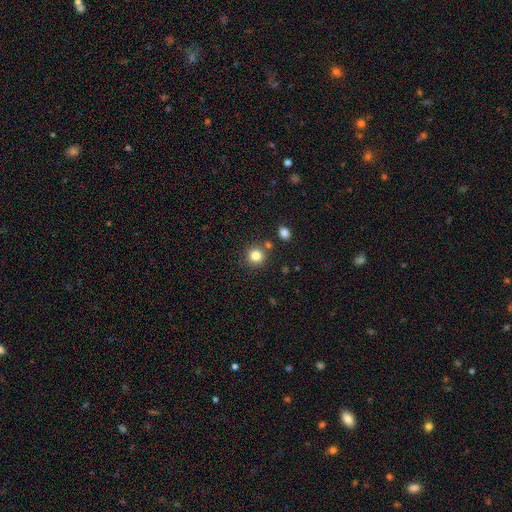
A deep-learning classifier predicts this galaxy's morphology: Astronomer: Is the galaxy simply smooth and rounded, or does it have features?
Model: smooth — 82%.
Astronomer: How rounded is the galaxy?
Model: round — 93%.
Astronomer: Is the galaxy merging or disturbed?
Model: none — 82%.